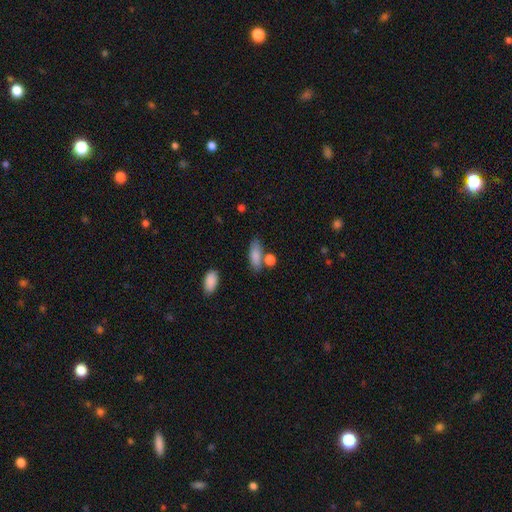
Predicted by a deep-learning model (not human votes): Q: Smooth or featured?
A: smooth (84%); runner-up: featured or disk (9%)
Q: How rounded?
A: in between (77%); runner-up: cigar-shaped (19%)
Q: Merging?
A: none (65%); runner-up: merger (15%)